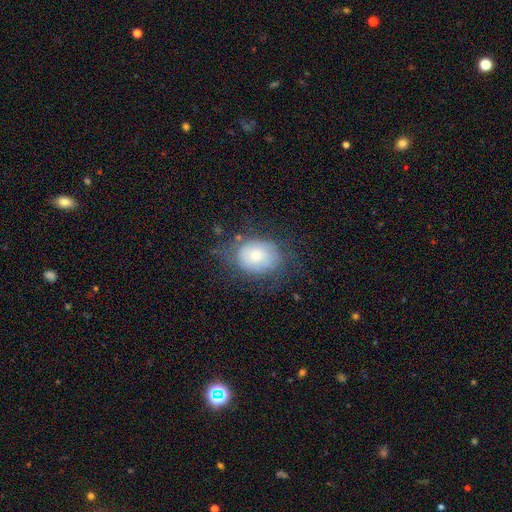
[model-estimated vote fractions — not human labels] A smooth galaxy with no disk features (64%) that is in between round and cigar-shaped (58%). Merging: none (55%).